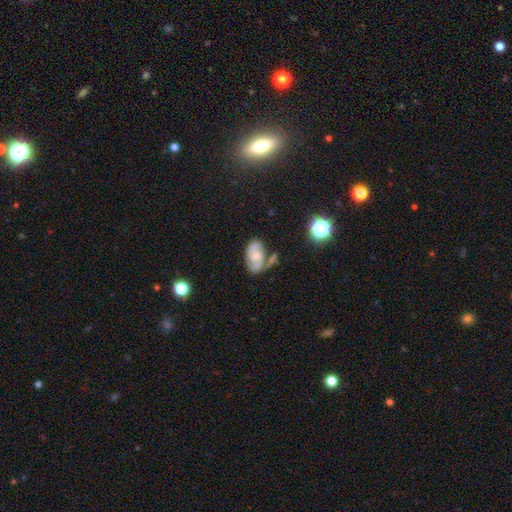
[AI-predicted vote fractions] A featured or disk galaxy (77%) with no bar (58%), 2 (85%) medium (49%) spiral arms (95%) and a small central bulge (50%).

Vote fractions:
- Smooth or featured? featured or disk: 77% / smooth: 15% / star or artifact: 8%
- Edge-on disk? no: 97% / yes: 3%
- Bar? no: 58% / weak: 34% / strong: 8%
- Spiral arms? yes: 95% / no: 5%
- Spiral winding? medium: 49% / tight: 36% / loose: 14%
- Spiral arm count? 2: 85% / can't tell: 7% / 3: 3% / 1: 3% / 4: 1% / more than 4: 1%
- Bulge size? small: 50% / moderate: 40% / none: 6% / large: 3% / dominant: 1%
- Merging? none: 59% / minor disturbance: 20% / merger: 12% / major disturbance: 8%